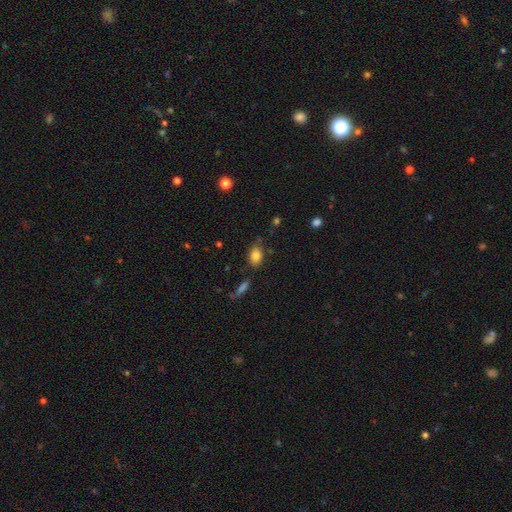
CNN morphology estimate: Smooth or featured? Predicted: smooth (p=0.82). How rounded? Predicted: in between (p=0.79). Merging? Predicted: none (p=0.75).